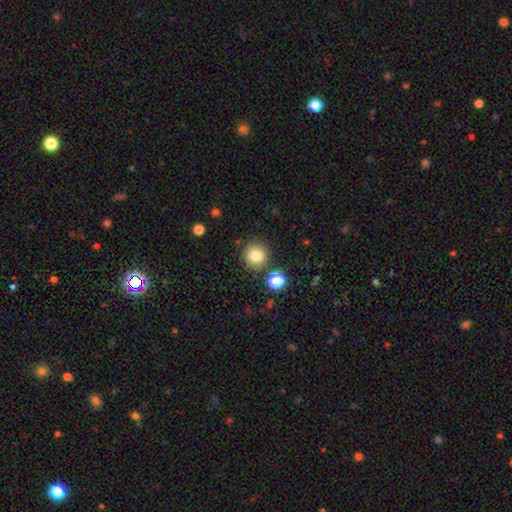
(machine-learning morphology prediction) type=smooth (81%); roundness=round (92%); merging=none (85%).